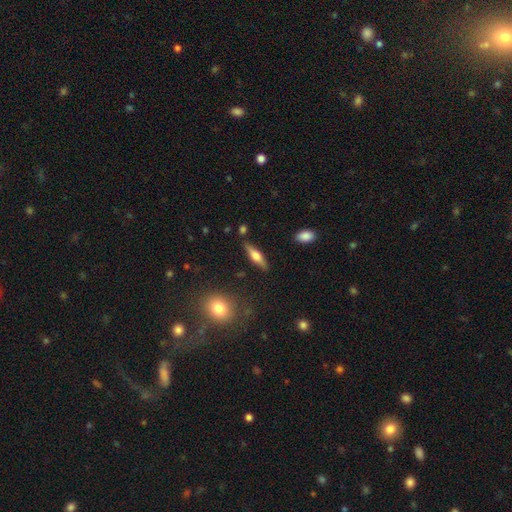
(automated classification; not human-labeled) This appears to be a featured or disk galaxy (51%) viewed edge-on (94%). Merging: none (85%).